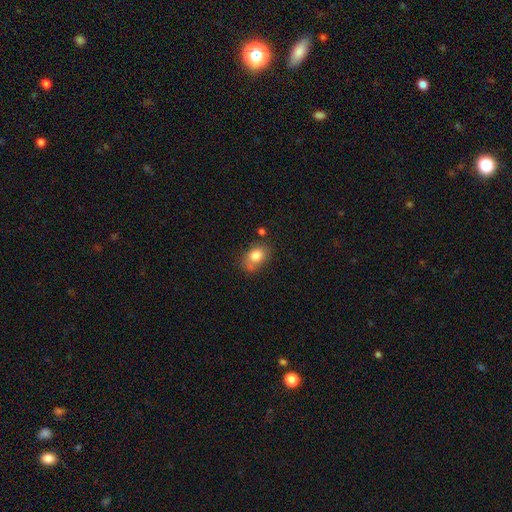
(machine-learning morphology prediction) This appears to be a smooth galaxy with no disk features (81%) that is in between round and cigar-shaped (66%). Merging: none (59%).